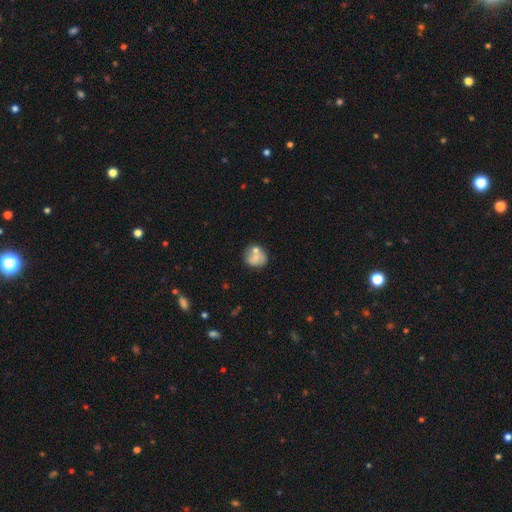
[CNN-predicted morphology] Overall: smooth (62%; featured or disk 30%). How rounded: round (71%). Merging: none (50%; merger 25%).